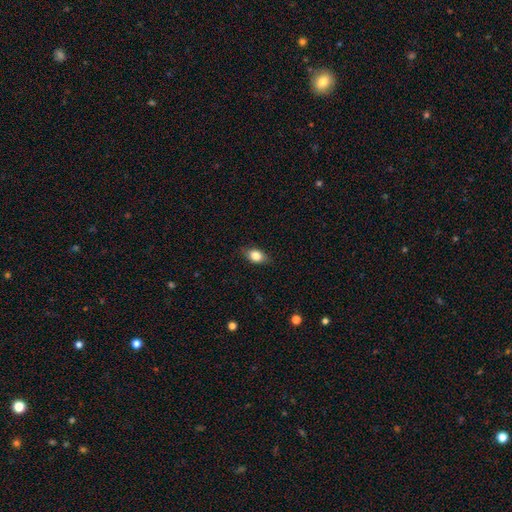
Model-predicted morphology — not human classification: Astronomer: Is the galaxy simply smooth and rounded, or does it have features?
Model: smooth — 81%.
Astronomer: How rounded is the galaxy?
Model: in between — 78%.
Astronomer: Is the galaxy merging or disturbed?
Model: none — 82%.